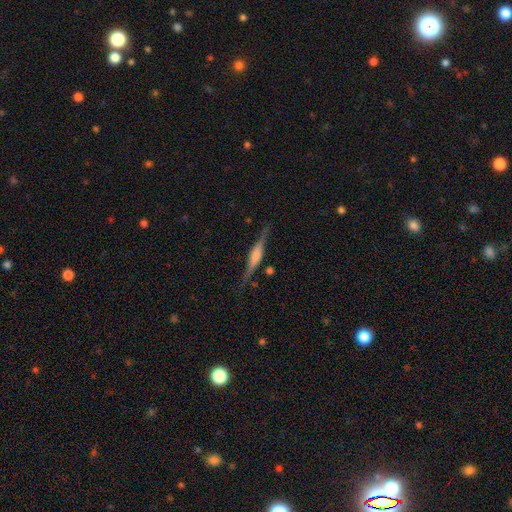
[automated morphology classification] Overall: featured or disk (75%). Edge-on disk: yes (97%). Edge-on bulge: rounded (58%; boxy 35%). Merging: none (84%).